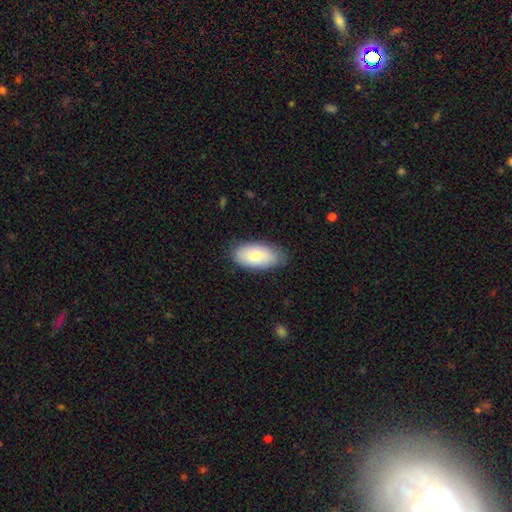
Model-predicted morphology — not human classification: smooth-or-featured: smooth: 76% | featured or disk: 18% | star or artifact: 6%
  how-rounded: in between: 94% | cigar-shaped: 3% | round: 3%
  merging: none: 80% | minor disturbance: 16% | major disturbance: 3% | merger: 1%